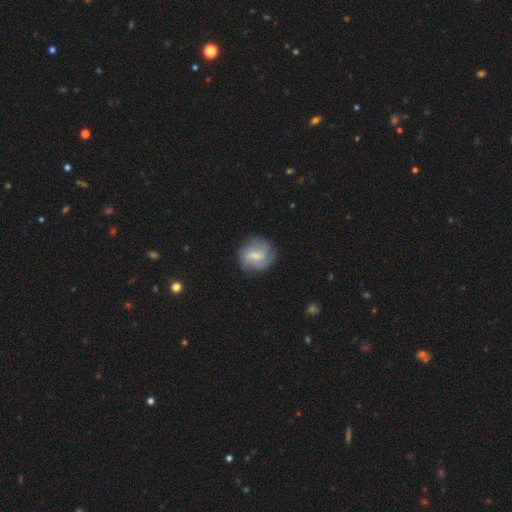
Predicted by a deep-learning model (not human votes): smooth_or_featured: featured or disk (p=0.53) [alt: smooth p=0.40]
disk_edge_on: no (p=0.97) [alt: yes p=0.03]
bar: weak (p=0.57) [alt: no p=0.28]
has_spiral_arms: yes (p=0.84) [alt: no p=0.16]
bulge_size: small (p=0.44) [alt: moderate p=0.41]
merging: none (p=0.77) [alt: minor disturbance p=0.16]